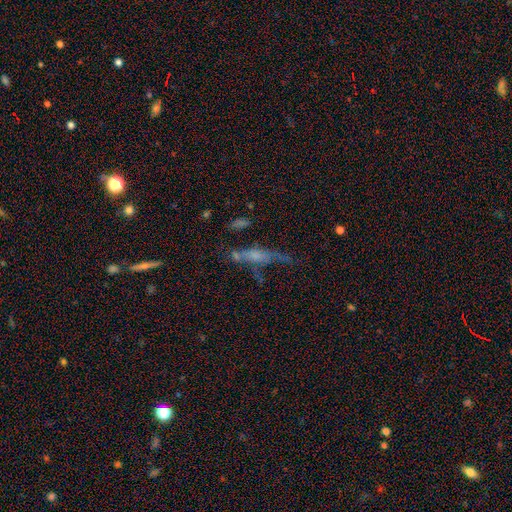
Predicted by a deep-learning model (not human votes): featured or disk 47%, smooth 38%, star or artifact 15%. Down the decision tree: merging — none (37%).